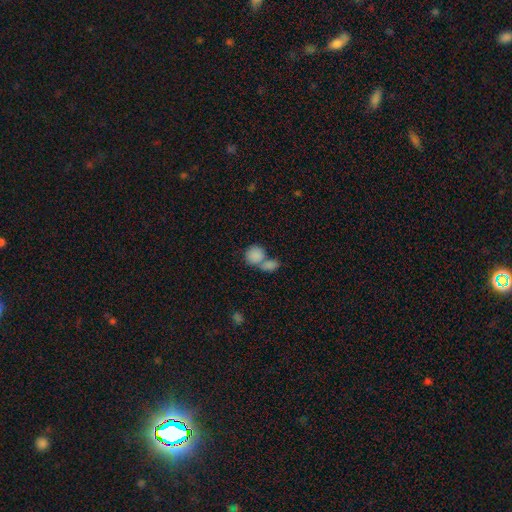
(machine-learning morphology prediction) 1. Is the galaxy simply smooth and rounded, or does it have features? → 85% smooth, 7% star or artifact, 7% featured or disk.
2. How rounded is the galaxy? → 69% round, 29% in between, 2% cigar-shaped.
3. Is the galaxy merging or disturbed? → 57% merger, 31% none, 7% minor disturbance, 4% major disturbance.